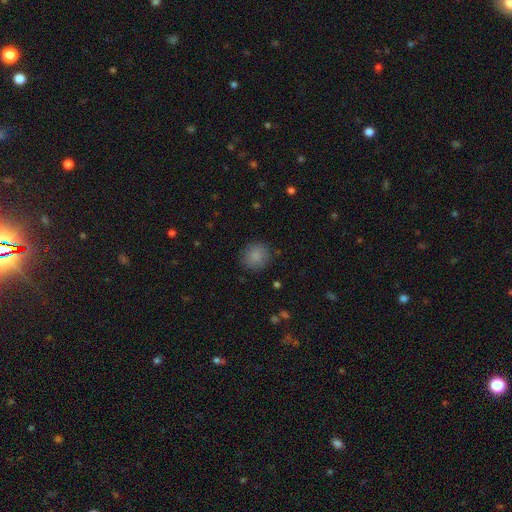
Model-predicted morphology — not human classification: Smooth or featured: smooth — 86% (star or artifact — 9%)
How rounded: round — 89% (in between — 10%)
Merging: none — 86% (minor disturbance — 10%)